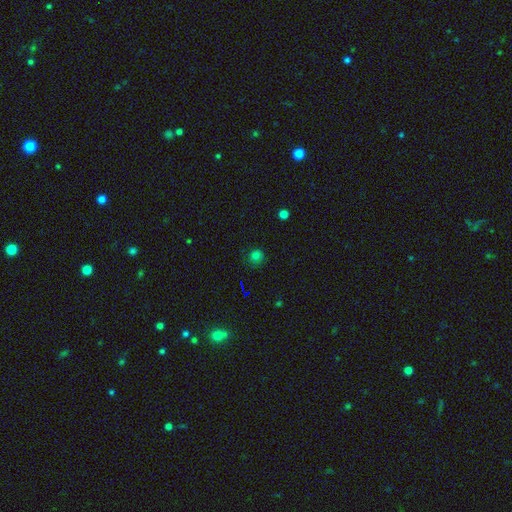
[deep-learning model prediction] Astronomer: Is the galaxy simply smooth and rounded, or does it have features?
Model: smooth — 72%.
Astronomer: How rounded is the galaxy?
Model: round — 88%.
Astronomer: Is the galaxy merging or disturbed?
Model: none — 82%.